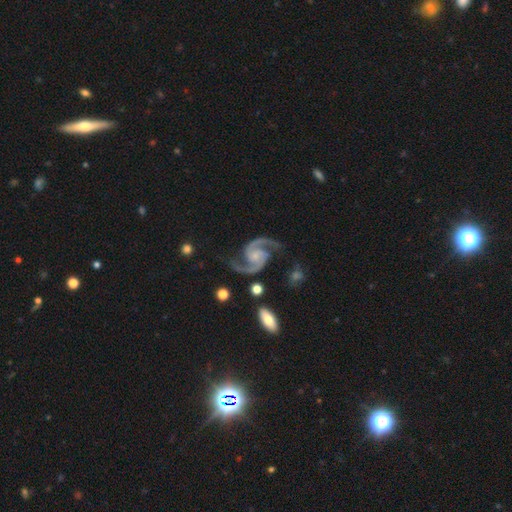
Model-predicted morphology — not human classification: A featured or disk galaxy (94%) with no bar (61%), 2 (95%) medium (62%) spiral arms (99%) and a small central bulge (54%).

Vote fractions:
- Smooth or featured? featured or disk: 94% / star or artifact: 4% / smooth: 2%
- Edge-on disk? no: 98% / yes: 2%
- Bar? no: 61% / weak: 29% / strong: 9%
- Spiral arms? yes: 99% / no: 1%
- Spiral winding? medium: 62% / loose: 24% / tight: 14%
- Spiral arm count? 2: 95% / 3: 1% / can't tell: 1% / 1: 1% / 4: 1% / more than 4: 1%
- Bulge size? small: 54% / moderate: 26% / none: 15% / large: 4% / dominant: 1%
- Merging? none: 77% / minor disturbance: 15% / major disturbance: 6% / merger: 3%